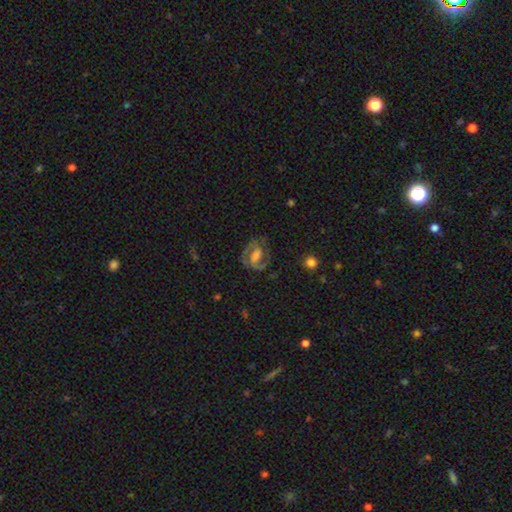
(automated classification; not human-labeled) featured or disk 68%, smooth 23%, star or artifact 10%. Down the decision tree: edge-on disk — no (96%); bar — weak (42%); spiral arms — yes (81%); spiral arm count — 2 (71%); spiral winding — medium (48%); bulge size — moderate (32%); merging — none (58%).